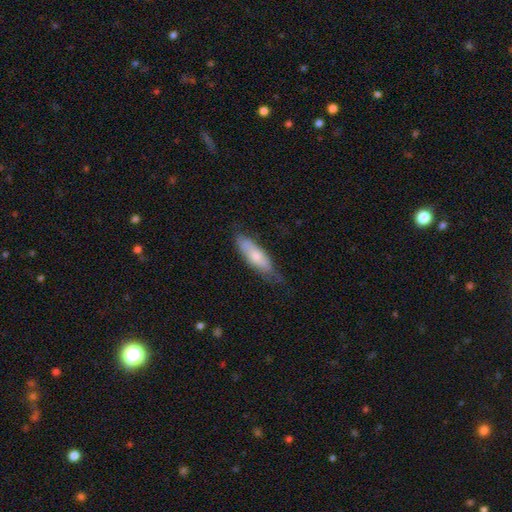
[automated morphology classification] Overall: smooth (66%; featured or disk 28%). How rounded: in between (49%, tied with cigar-shaped). Merging: none (65%; minor disturbance 27%).